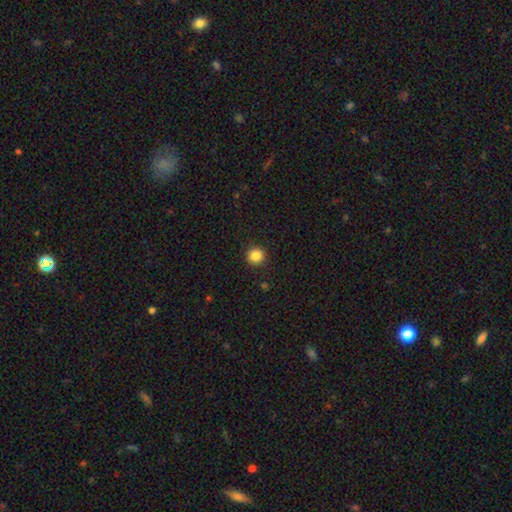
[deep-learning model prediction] A smooth galaxy with no disk features (86%) that is round (94%).

Vote fractions:
- Smooth or featured? smooth: 86% / star or artifact: 10% / featured or disk: 4%
- How rounded? round: 94% / in between: 5% / cigar-shaped: 1%
- Merging? none: 92% / minor disturbance: 5% / major disturbance: 2% / merger: 1%